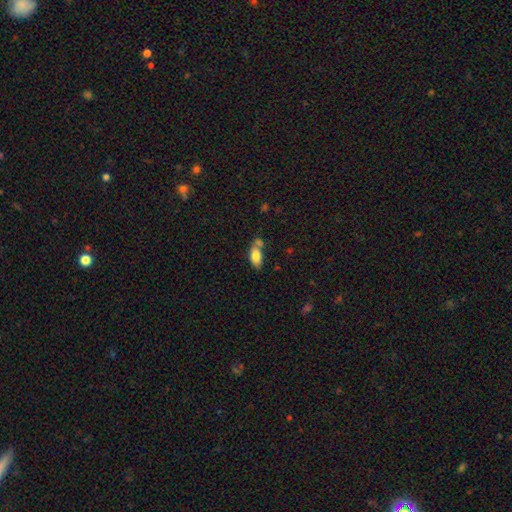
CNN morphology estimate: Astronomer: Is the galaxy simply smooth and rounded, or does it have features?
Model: smooth — 79%.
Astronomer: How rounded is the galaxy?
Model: in between — 86%.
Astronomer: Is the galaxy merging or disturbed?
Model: none — 50%.